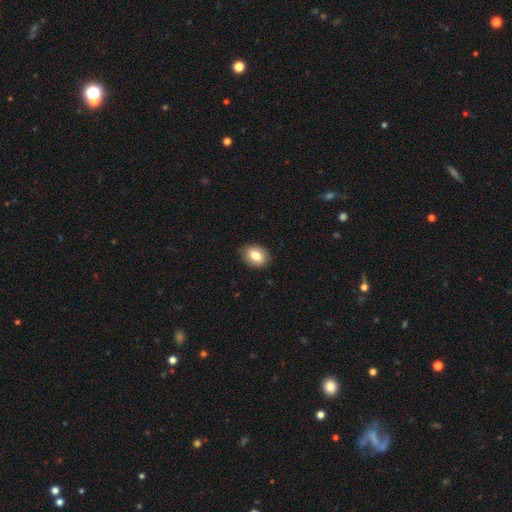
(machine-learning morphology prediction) A smooth galaxy with no disk features (82%) that is in between round and cigar-shaped (67%).

Vote fractions:
- Smooth or featured? smooth: 82% / featured or disk: 10% / star or artifact: 8%
- How rounded? in between: 67% / round: 32% / cigar-shaped: 1%
- Merging? none: 87% / minor disturbance: 11% / major disturbance: 2% / merger: 1%